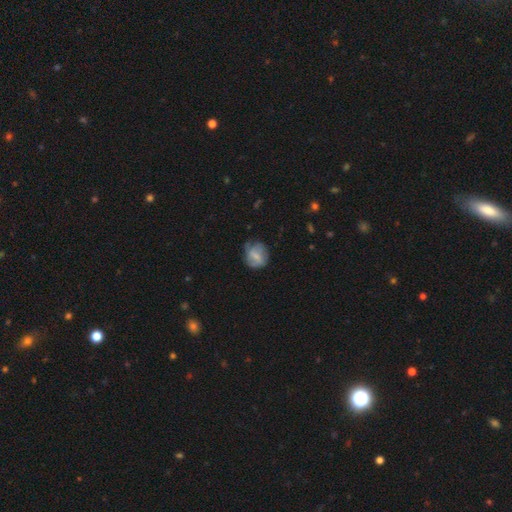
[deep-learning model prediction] The model was most divided on "smooth or featured": smooth: 57%, featured or disk: 35%, star or artifact: 8%. More confident: how rounded — round (71%); merging — none (56%).